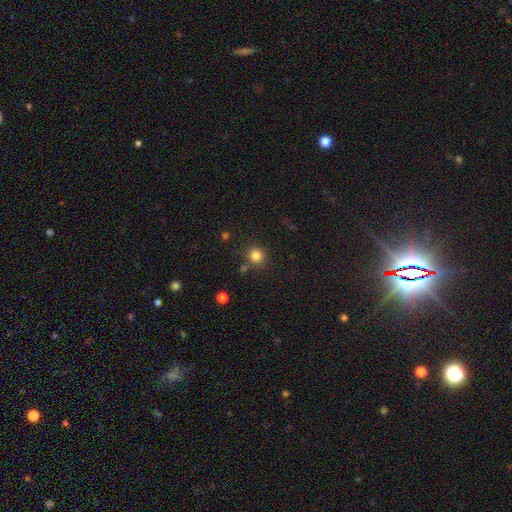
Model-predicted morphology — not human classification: Q: Smooth or featured?
A: smooth (83%); runner-up: star or artifact (12%)
Q: How rounded?
A: round (89%); runner-up: in between (10%)
Q: Merging?
A: none (81%); runner-up: minor disturbance (9%)